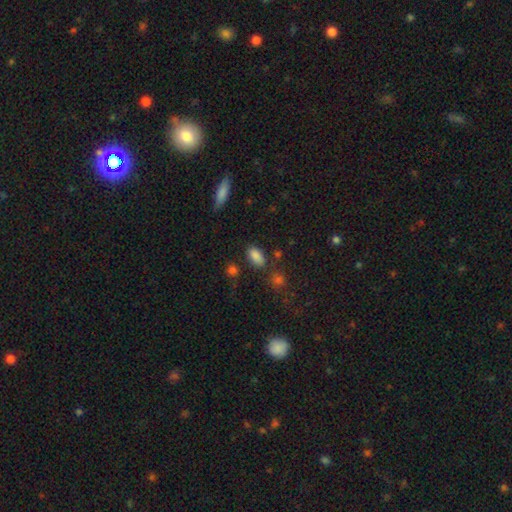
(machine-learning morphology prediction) Smooth or featured?
  - smooth: 85% *
  - star or artifact: 10%
  - featured or disk: 5%
How rounded?
  - in between: 90% *
  - round: 6%
  - cigar-shaped: 4%
Merging?
  - none: 76% *
  - minor disturbance: 14%
  - merger: 5%
  - major disturbance: 4%